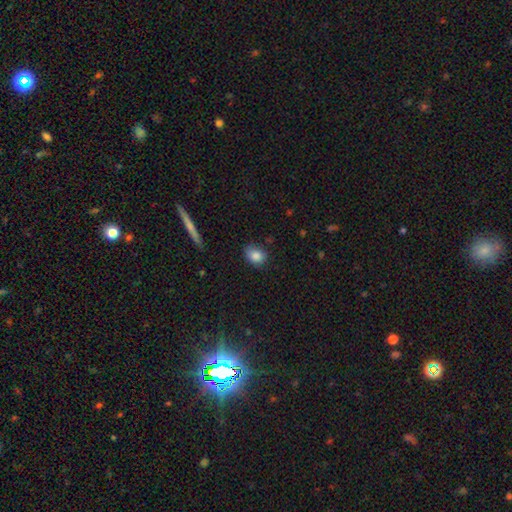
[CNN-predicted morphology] Q: Smooth or featured?
A: smooth (84%); runner-up: star or artifact (9%)
Q: How rounded?
A: in between (56%); runner-up: round (42%)
Q: Merging?
A: none (67%); runner-up: minor disturbance (26%)